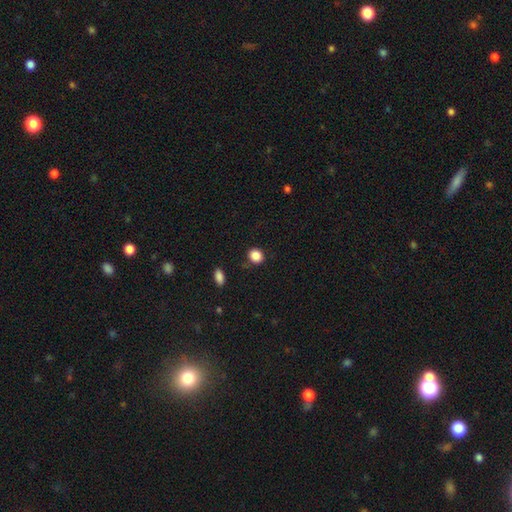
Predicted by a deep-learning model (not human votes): Smooth or featured? smooth (87%)
How rounded? round (75%)
Merging? none (83%)